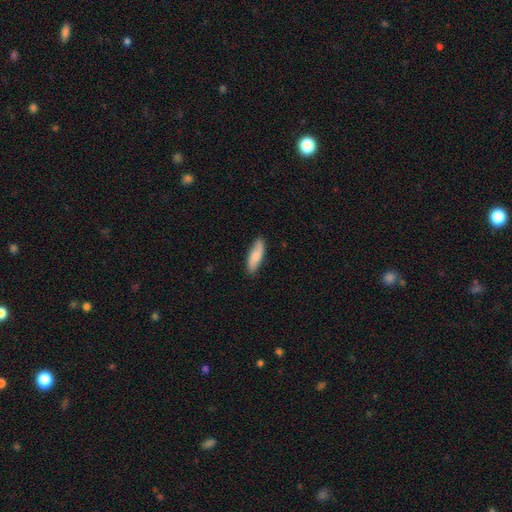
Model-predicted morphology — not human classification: smooth_or_featured: smooth (p=0.78) [alt: featured or disk p=0.16]
how_rounded: in between (p=0.52) [alt: cigar-shaped p=0.46]
merging: none (p=0.83) [alt: minor disturbance p=0.14]